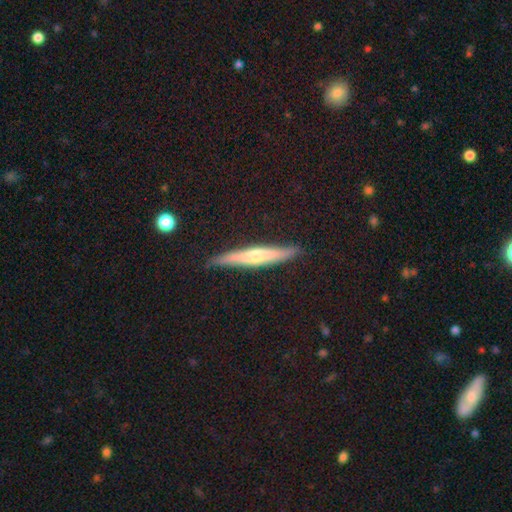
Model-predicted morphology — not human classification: smooth-or-featured: featured or disk: 55% | smooth: 37% | star or artifact: 7%
  disk-edge-on: yes: 93% | no: 7%
    edge-on-bulge: rounded: 65% | none: 26% | boxy: 10%
  merging: none: 87% | minor disturbance: 10% | major disturbance: 2% | merger: 1%